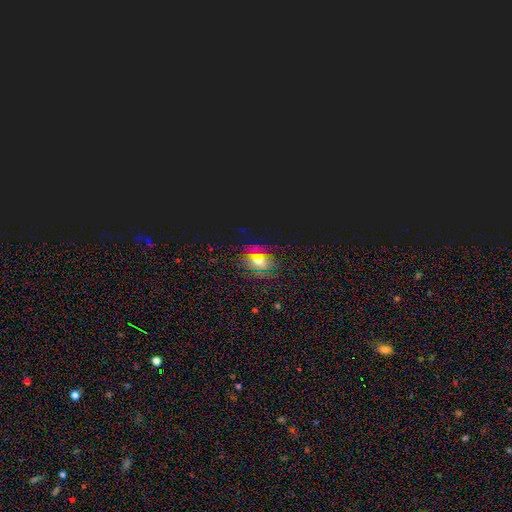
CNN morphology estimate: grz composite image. It shows a smooth galaxy with no disk features (47%). Merging: none (84%).